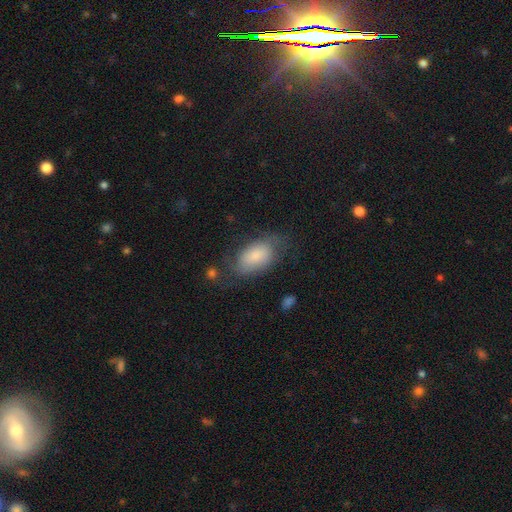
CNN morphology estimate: Smooth or featured? smooth (68%)
How rounded? in between (92%)
Merging? none (56%)